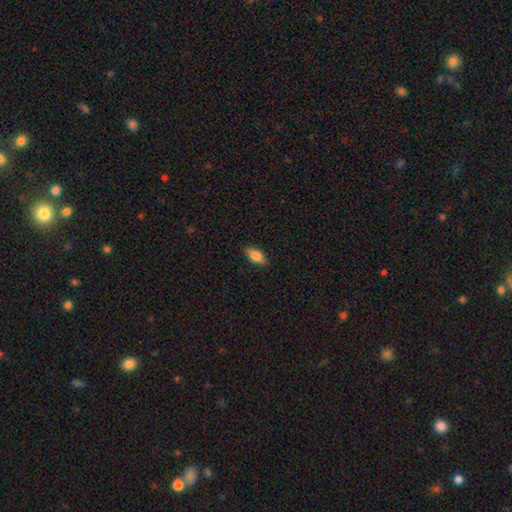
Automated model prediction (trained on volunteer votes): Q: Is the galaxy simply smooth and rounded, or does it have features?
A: smooth — 84%.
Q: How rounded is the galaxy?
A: in between — 88%.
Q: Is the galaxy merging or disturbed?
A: none — 87%.